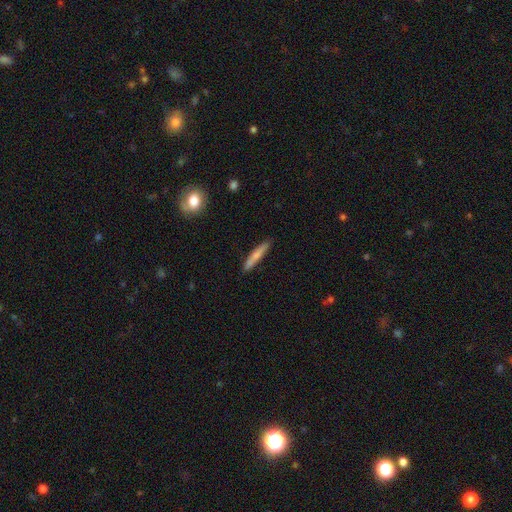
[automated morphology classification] Smooth or featured? Predicted: smooth (p=0.73). How rounded? Predicted: cigar-shaped (p=0.93). Merging? Predicted: none (p=0.88).